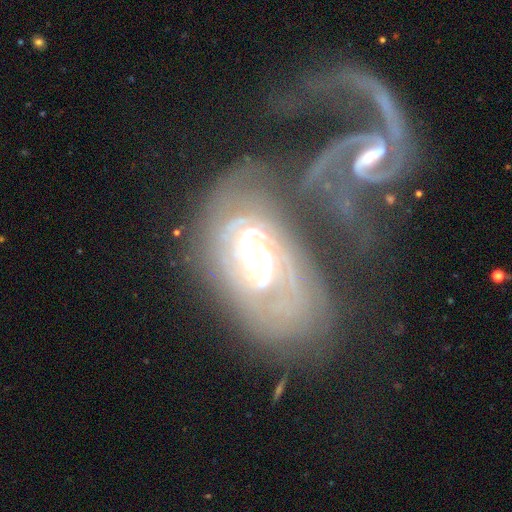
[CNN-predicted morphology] This appears to be a featured or disk galaxy (84%) with no bar (48%), 2 (35%) tight (59%) spiral arms (90%) and a moderate central bulge (52%). Merging: merger (31%).